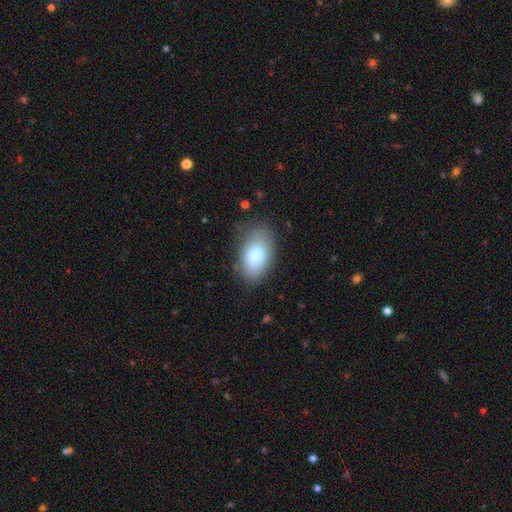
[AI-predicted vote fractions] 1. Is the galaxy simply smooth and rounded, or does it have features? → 81% smooth, 11% featured or disk, 8% star or artifact.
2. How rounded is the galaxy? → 93% in between, 6% round, 2% cigar-shaped.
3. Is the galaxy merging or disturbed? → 76% none, 17% minor disturbance, 5% major disturbance, 2% merger.